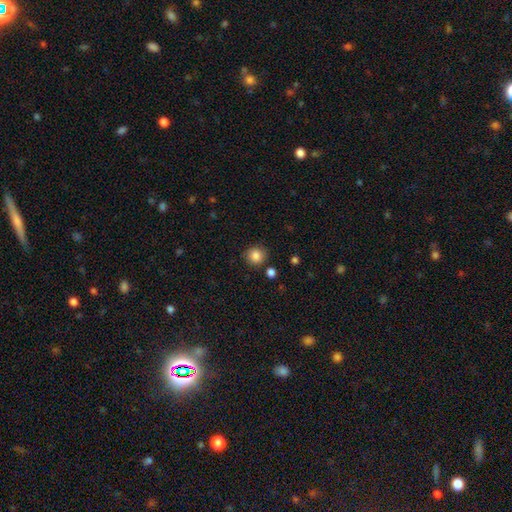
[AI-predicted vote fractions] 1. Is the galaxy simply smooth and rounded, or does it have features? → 85% smooth, 10% star or artifact, 5% featured or disk.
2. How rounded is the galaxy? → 90% round, 9% in between, 1% cigar-shaped.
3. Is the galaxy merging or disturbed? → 86% none, 8% minor disturbance, 3% merger, 2% major disturbance.